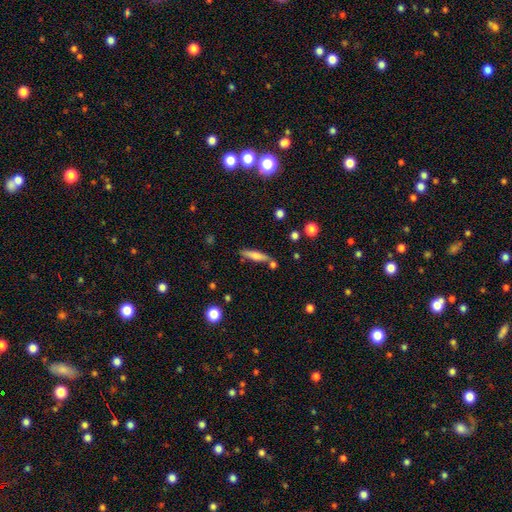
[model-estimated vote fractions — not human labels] Smooth or featured?
  - smooth: 61% *
  - featured or disk: 32%
  - star or artifact: 7%
How rounded?
  - cigar-shaped: 79% *
  - in between: 19%
  - round: 2%
Merging?
  - none: 75% *
  - minor disturbance: 12%
  - merger: 9%
  - major disturbance: 3%